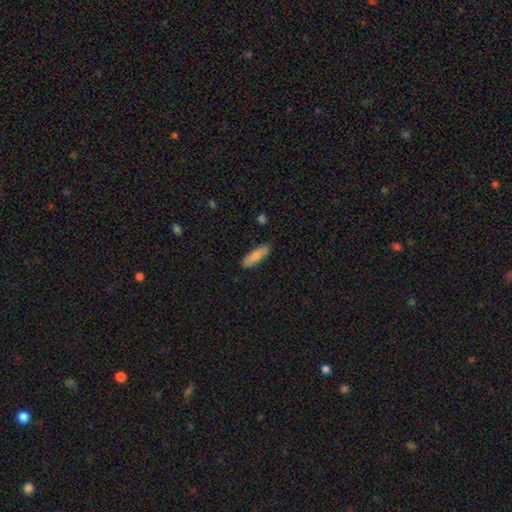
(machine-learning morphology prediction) This is likely a smooth galaxy (79%). How rounded: possibly in between (50%). Merging: clearly none (85%).